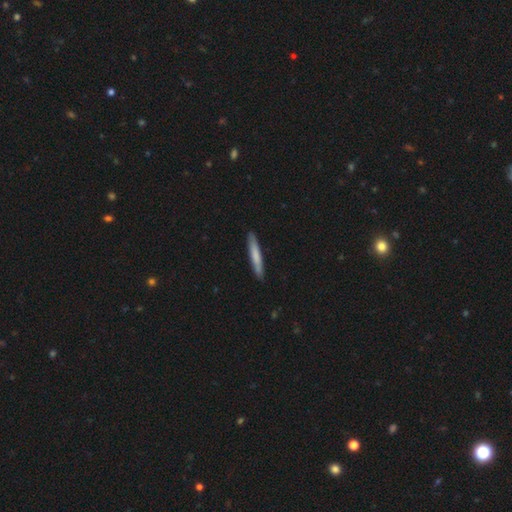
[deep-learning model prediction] Smooth or featured: smooth — 70% (featured or disk — 25%)
How rounded: cigar-shaped — 95% (in between — 4%)
Merging: none — 89% (minor disturbance — 8%)